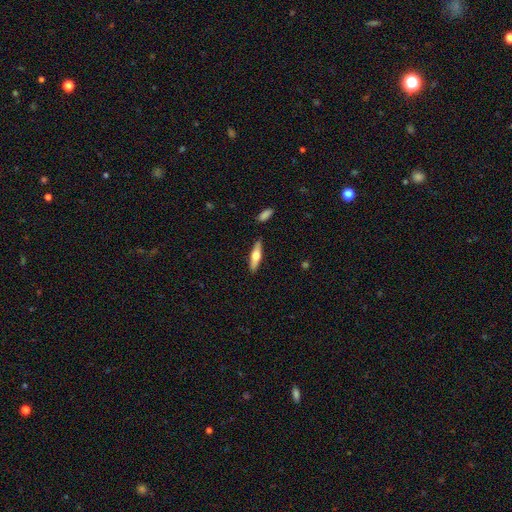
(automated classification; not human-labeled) Smooth or featured?
  - featured or disk: 49% *
  - smooth: 46%
  - star or artifact: 6%
Merging?
  - none: 89% *
  - minor disturbance: 8%
  - merger: 2%
  - major disturbance: 2%